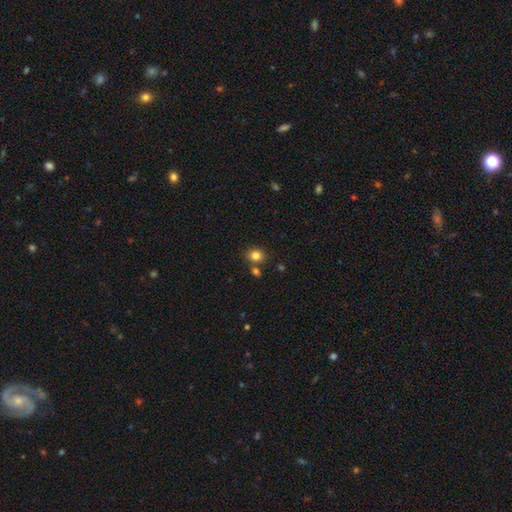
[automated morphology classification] smooth 82%, star or artifact 12%, featured or disk 7%. Down the decision tree: how rounded — round (64%); merging — none (73%).